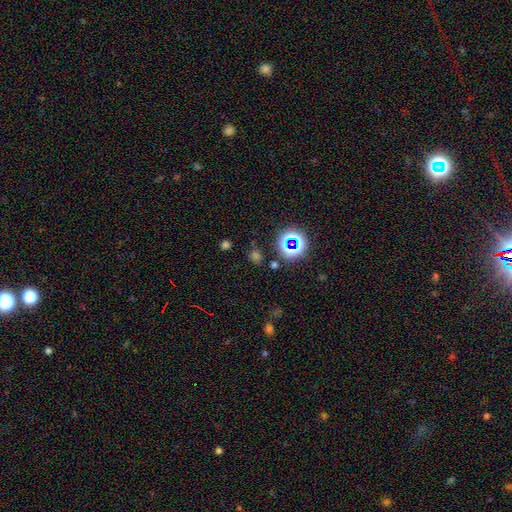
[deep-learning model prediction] Morphology: type=star or artifact (47%, tied with smooth).